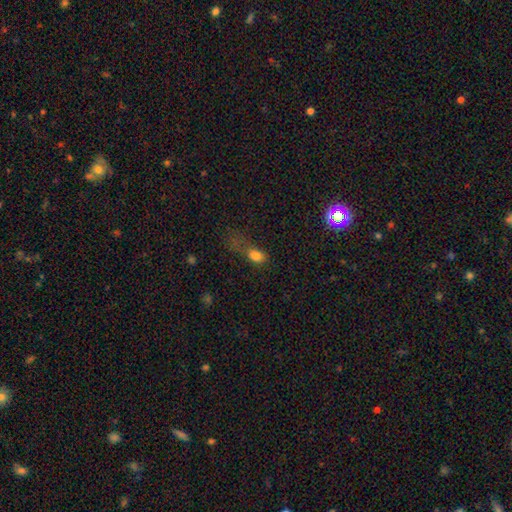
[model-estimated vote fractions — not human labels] A smooth galaxy with no disk features (79%) that is in between round and cigar-shaped (76%).

Vote fractions:
- Smooth or featured? smooth: 79% / star or artifact: 13% / featured or disk: 8%
- How rounded? in between: 76% / round: 20% / cigar-shaped: 4%
- Merging? none: 33% (tied) / major disturbance: 33% (tied) / minor disturbance: 24% / merger: 10%